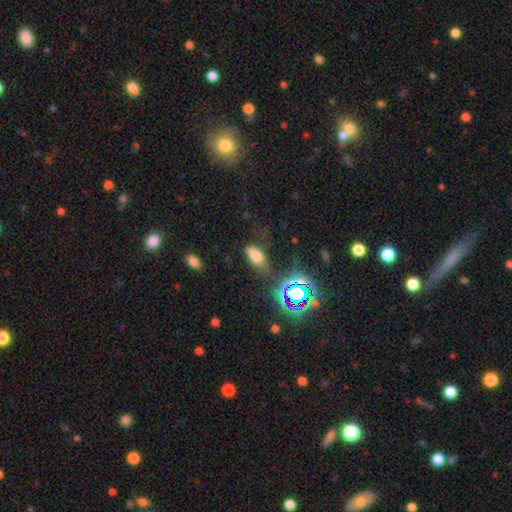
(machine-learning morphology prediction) The model was most divided on "merging": none: 58%, minor disturbance: 23%, major disturbance: 14%, merger: 5%. More confident: how rounded — in between (86%); smooth or featured — smooth (68%).